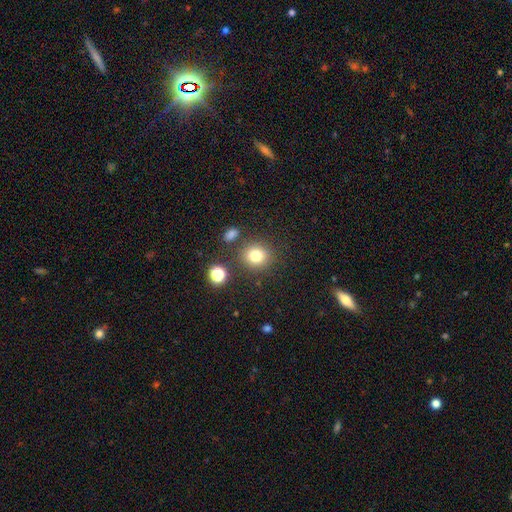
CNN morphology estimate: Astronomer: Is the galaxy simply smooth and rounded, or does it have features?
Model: smooth — 78%.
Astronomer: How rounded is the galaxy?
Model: round — 84%.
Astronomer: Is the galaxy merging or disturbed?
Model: none — 81%.